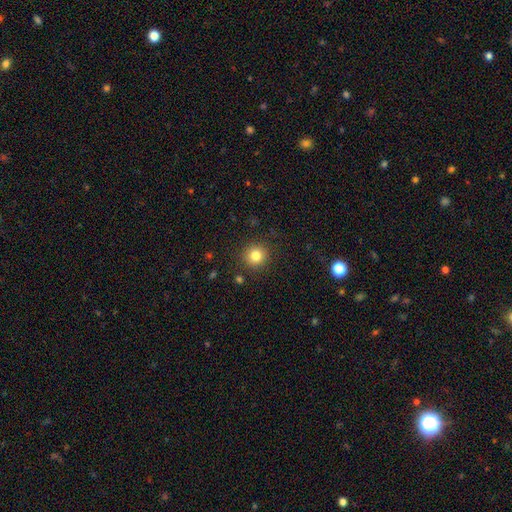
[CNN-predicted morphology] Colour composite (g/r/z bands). It shows a smooth galaxy with no disk features (82%) that is round (93%). Merging: none (89%).